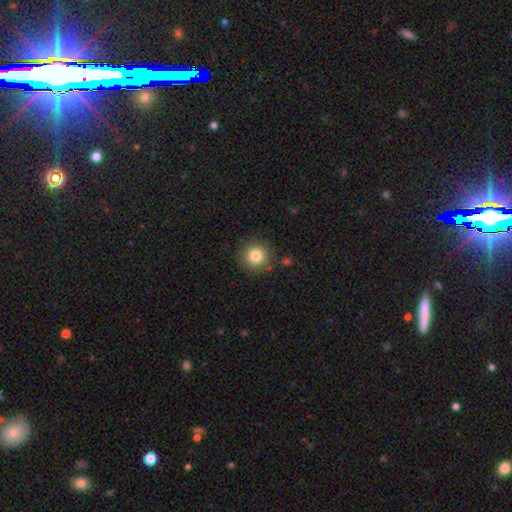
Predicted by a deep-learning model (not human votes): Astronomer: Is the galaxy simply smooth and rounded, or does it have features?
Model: smooth — 82%.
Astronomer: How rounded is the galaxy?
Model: round — 94%.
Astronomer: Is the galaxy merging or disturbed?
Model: none — 87%.